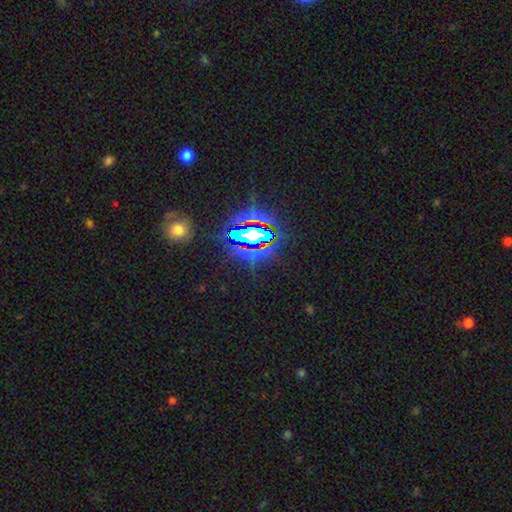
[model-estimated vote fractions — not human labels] smooth-or-featured: star or artifact: 80% | smooth: 11% | featured or disk: 9%